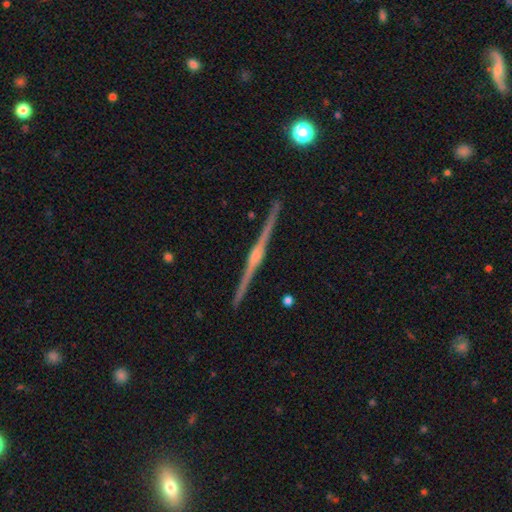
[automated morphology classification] smooth-or-featured: featured or disk: 88% | smooth: 6% | star or artifact: 6%
  disk-edge-on: yes: 99% | no: 1%
    edge-on-bulge: rounded: 82% | boxy: 12% | none: 6%
  merging: none: 92% | minor disturbance: 5% | major disturbance: 1% | merger: 1%